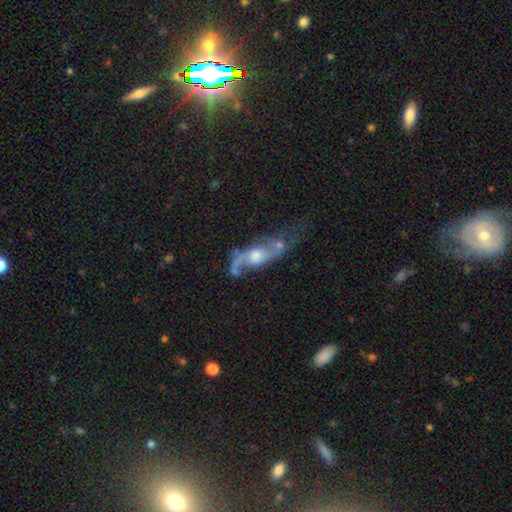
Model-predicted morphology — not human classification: Smooth or featured: featured or disk — 73% (smooth — 18%)
Edge-on disk: no — 80% (yes — 20%)
Bar: no — 66% (weak — 27%)
Spiral arms: yes — 79% (no — 21%)
Bulge size: moderate — 56% (large — 19%)
Merging: none — 33% (major disturbance — 29%)